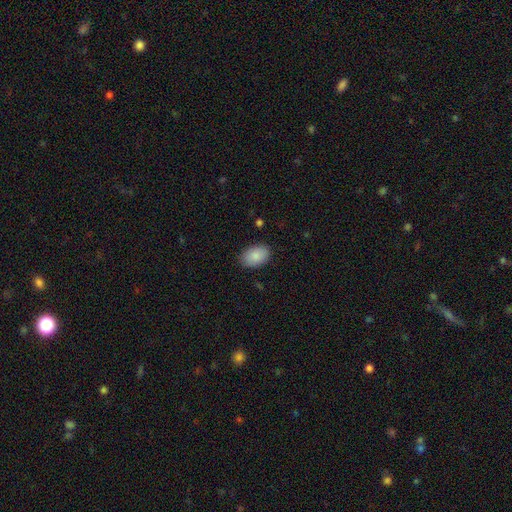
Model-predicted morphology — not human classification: This is clearly a smooth galaxy (88%). How rounded: clearly in between (89%). Merging: clearly none (86%).